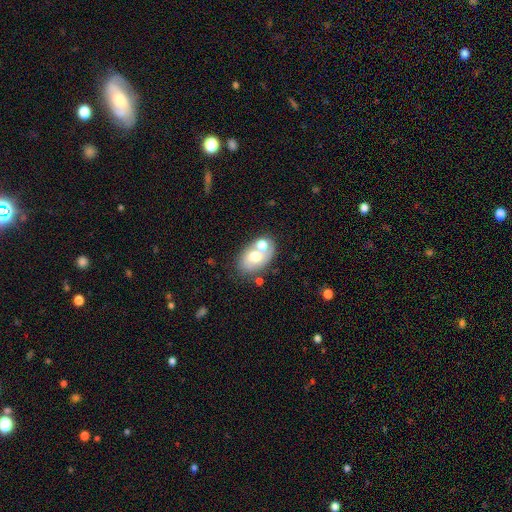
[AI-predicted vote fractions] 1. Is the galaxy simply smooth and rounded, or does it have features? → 52% smooth, 38% featured or disk, 10% star or artifact.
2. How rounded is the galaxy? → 80% in between, 18% round, 1% cigar-shaped.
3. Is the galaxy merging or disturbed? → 43% none, 35% merger, 15% minor disturbance, 7% major disturbance.